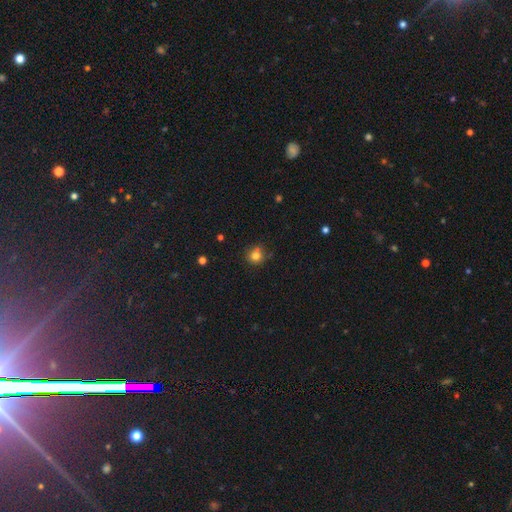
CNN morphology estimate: Smooth or featured: smooth — 80% (star or artifact — 13%)
How rounded: round — 87% (in between — 12%)
Merging: none — 74% (minor disturbance — 18%)